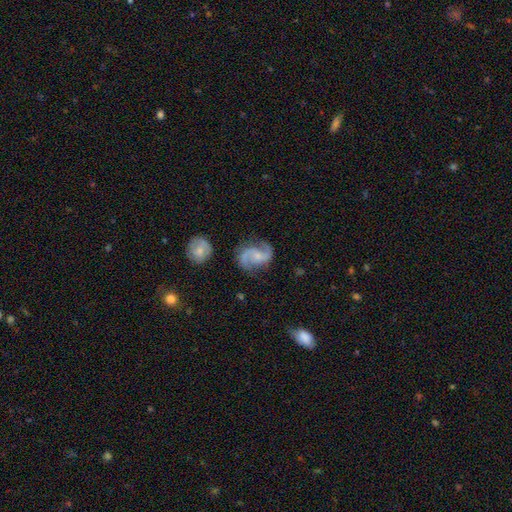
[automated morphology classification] smooth_or_featured: featured or disk (p=0.89) [alt: smooth p=0.06]
disk_edge_on: no (p=0.98) [alt: yes p=0.02]
bar: no (p=0.56) [alt: weak p=0.36]
has_spiral_arms: yes (p=0.98) [alt: no p=0.02]
spiral_winding: medium (p=0.52) [alt: loose p=0.36]
spiral_arm_count: 2 (p=0.94) [alt: can't tell p=0.02]
bulge_size: small (p=0.56) [alt: moderate p=0.27]
merging: none (p=0.79) [alt: minor disturbance p=0.14]